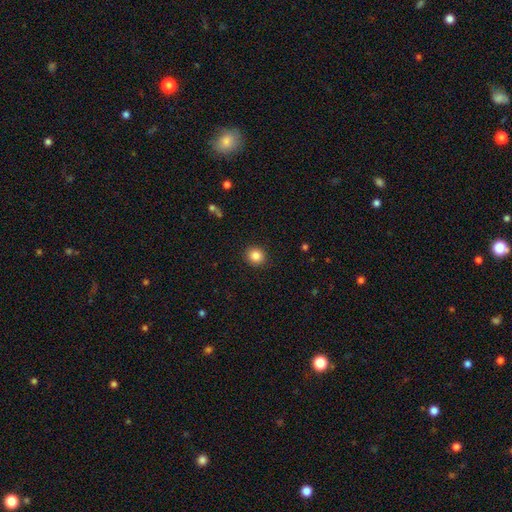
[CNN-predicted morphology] type=smooth (86%); roundness=round (85%); merging=none (91%).